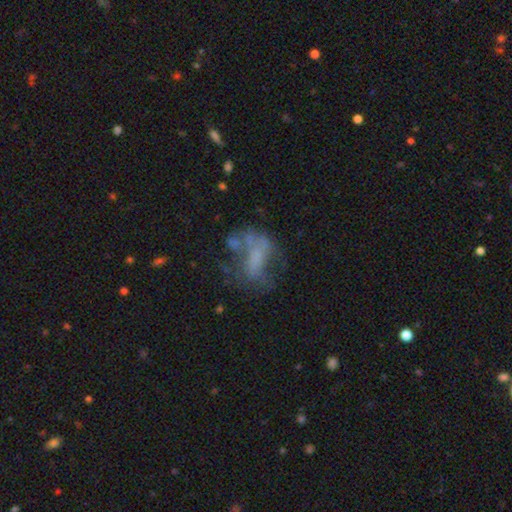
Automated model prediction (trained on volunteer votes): Smooth or featured: featured or disk — 50% (smooth — 35%)
Merging: major disturbance — 36% (none — 32%)